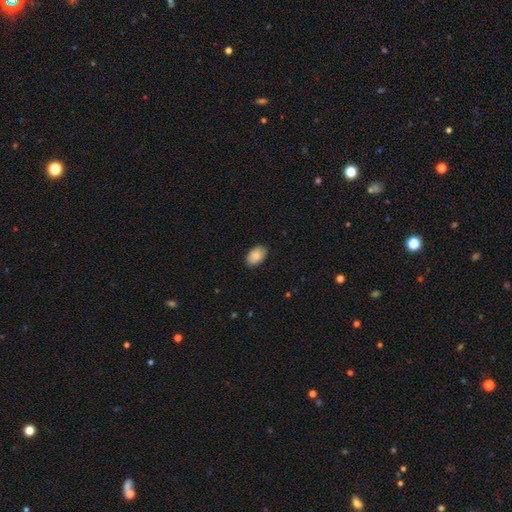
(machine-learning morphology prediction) smooth 85%, featured or disk 8%, star or artifact 7%. Down the decision tree: how rounded — in between (90%); merging — none (84%).